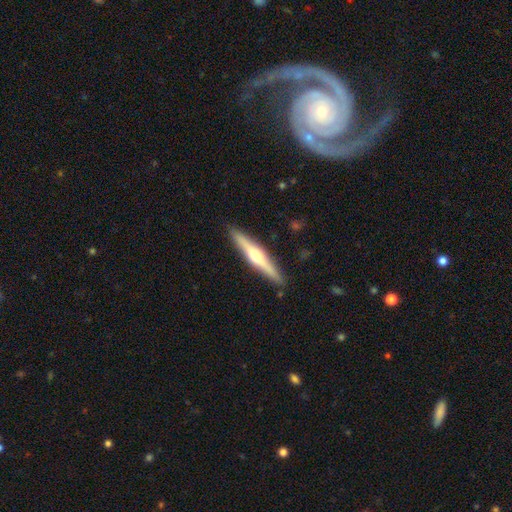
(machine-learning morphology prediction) The model was most divided on "smooth or featured": featured or disk: 66%, smooth: 29%, star or artifact: 5%. More confident: edge-on disk — yes (97%); merging — none (90%); edge-on bulge — rounded (89%).